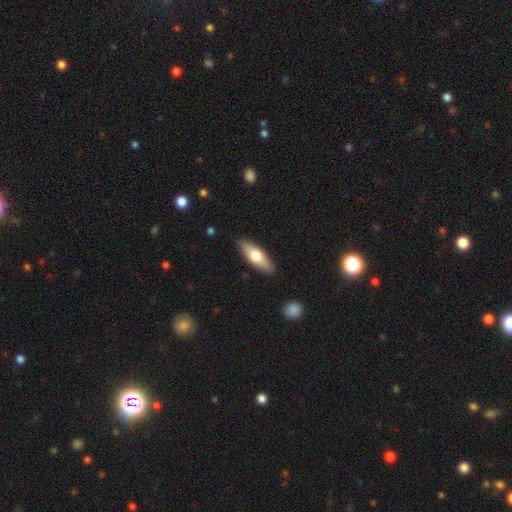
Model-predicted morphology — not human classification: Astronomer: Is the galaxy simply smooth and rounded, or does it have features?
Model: smooth — 61%.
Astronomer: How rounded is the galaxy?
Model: in between — 60% (runner-up: cigar-shaped, 37%).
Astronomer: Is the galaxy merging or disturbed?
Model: none — 88%.